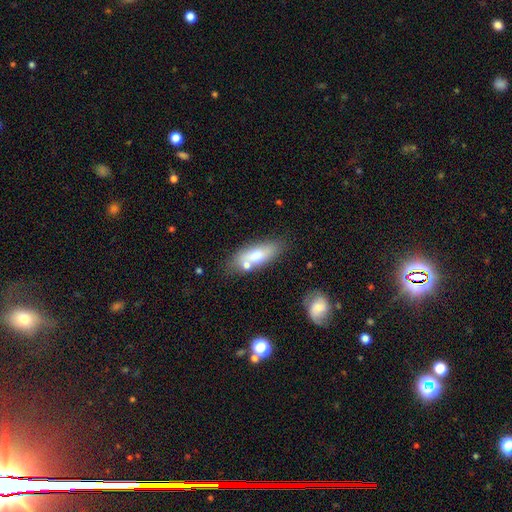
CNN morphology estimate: smooth-or-featured: smooth: 68% | featured or disk: 24% | star or artifact: 7%
  how-rounded: in between: 71% | cigar-shaped: 25% | round: 3%
  merging: none: 63% | merger: 17% | minor disturbance: 16% | major disturbance: 4%